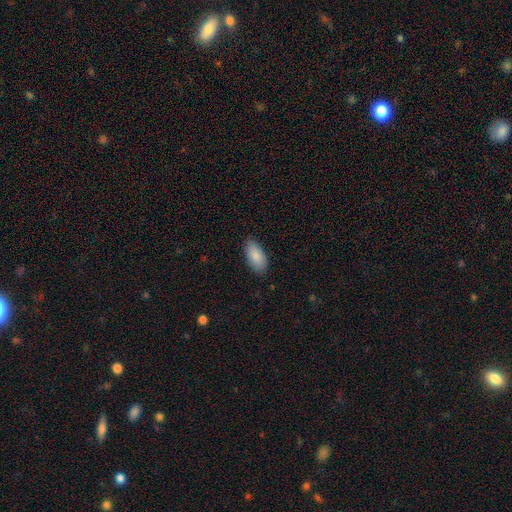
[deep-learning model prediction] The model was most divided on "merging": none: 82%, minor disturbance: 14%, major disturbance: 2%, merger: 1%. More confident: how rounded — in between (94%); smooth or featured — smooth (88%).